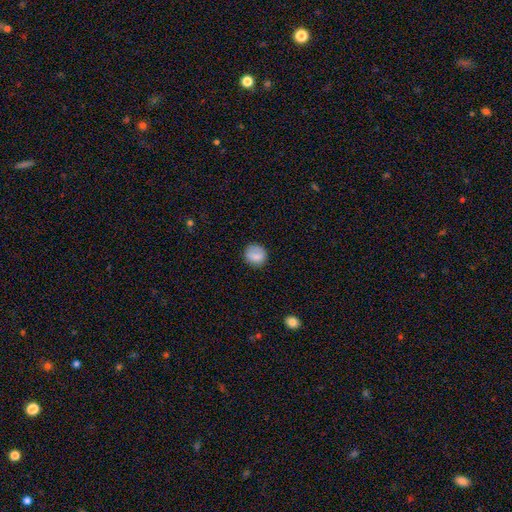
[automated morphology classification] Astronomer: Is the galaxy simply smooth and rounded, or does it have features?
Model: smooth — 83%.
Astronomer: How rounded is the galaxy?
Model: round — 83%.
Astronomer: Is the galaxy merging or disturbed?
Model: none — 82%.